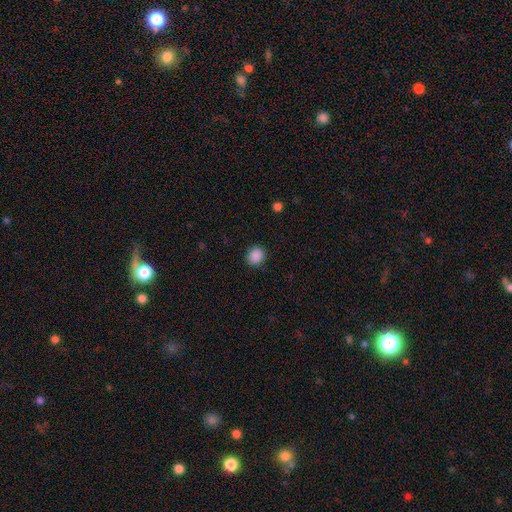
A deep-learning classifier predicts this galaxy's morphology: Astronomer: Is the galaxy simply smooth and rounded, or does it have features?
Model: smooth — 88%.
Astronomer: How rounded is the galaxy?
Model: round — 81%.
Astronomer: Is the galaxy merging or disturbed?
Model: none — 89%.